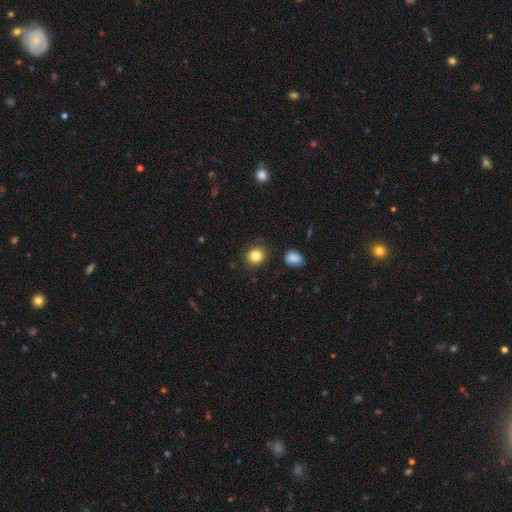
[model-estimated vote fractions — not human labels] This is clearly a smooth galaxy (84%). How rounded: likely round (74%). Merging: clearly none (87%).